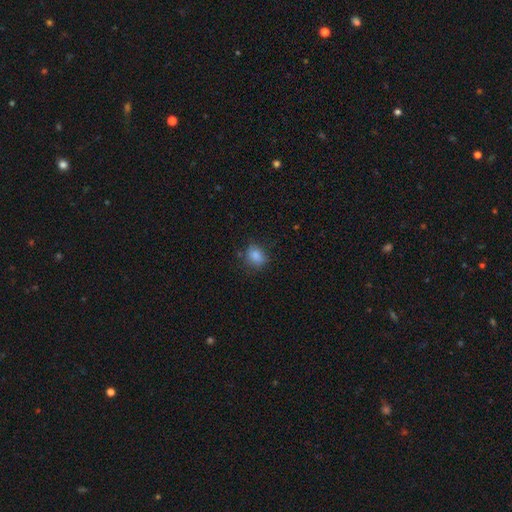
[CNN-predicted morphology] A smooth galaxy with no disk features (84%) that is round (52%).

Vote fractions:
- Smooth or featured? smooth: 84% / star or artifact: 10% / featured or disk: 6%
- How rounded? round: 52% / in between: 47% / cigar-shaped: 1%
- Merging? none: 71% / minor disturbance: 21% / major disturbance: 6% / merger: 2%